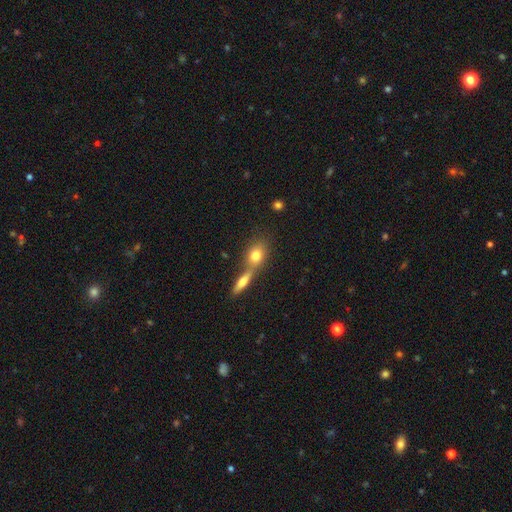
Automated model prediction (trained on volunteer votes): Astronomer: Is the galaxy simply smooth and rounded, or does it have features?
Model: smooth — 76%.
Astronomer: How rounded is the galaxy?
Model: in between — 53% (runner-up: round, 40%).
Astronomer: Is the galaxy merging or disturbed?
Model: merger — 44%, tied with none at 44%.